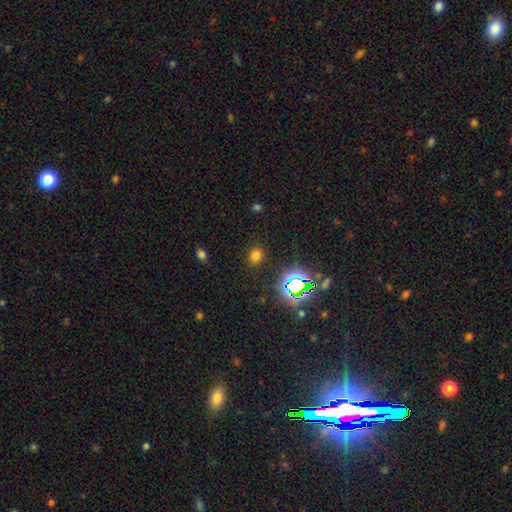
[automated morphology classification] Smooth or featured? Predicted: smooth (p=0.67). How rounded? Predicted: round (p=0.67). Merging? Predicted: none (p=0.86).